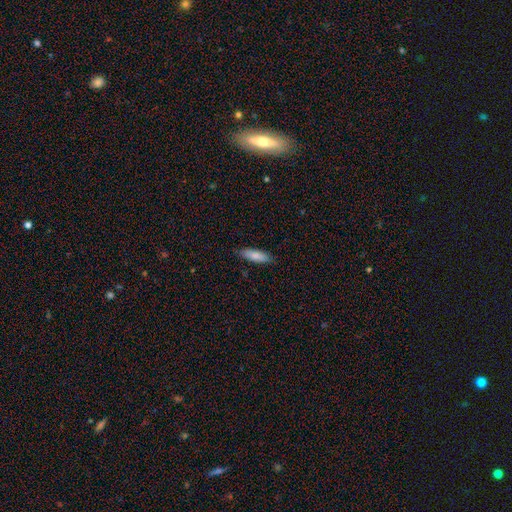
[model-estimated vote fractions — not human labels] This is clearly a smooth galaxy (82%). How rounded: possibly in between (50%). Merging: clearly none (85%).